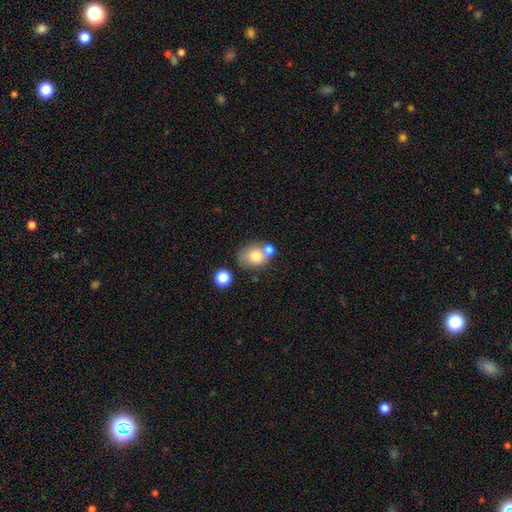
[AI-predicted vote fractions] smooth_or_featured: smooth (p=0.75) [alt: featured or disk p=0.16]
how_rounded: in between (p=0.54) [alt: round p=0.44]
merging: none (p=0.53) [alt: merger p=0.28]